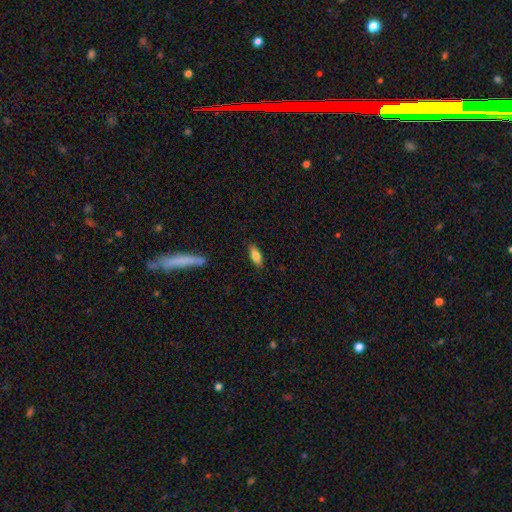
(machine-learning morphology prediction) type=smooth (80%); roundness=in between (73%); merging=none (85%).